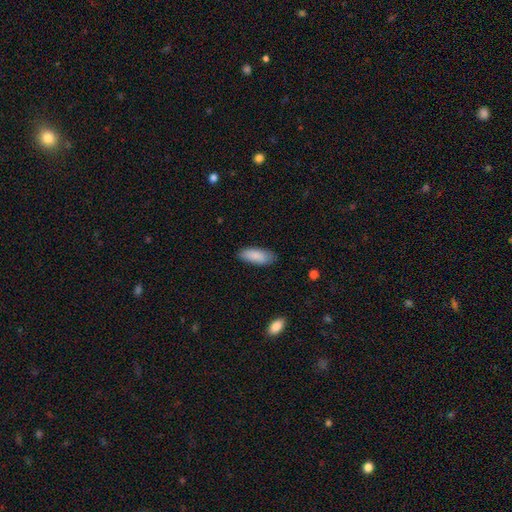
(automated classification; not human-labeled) Smooth or featured? smooth (89%)
How rounded? in between (78%)
Merging? none (82%)